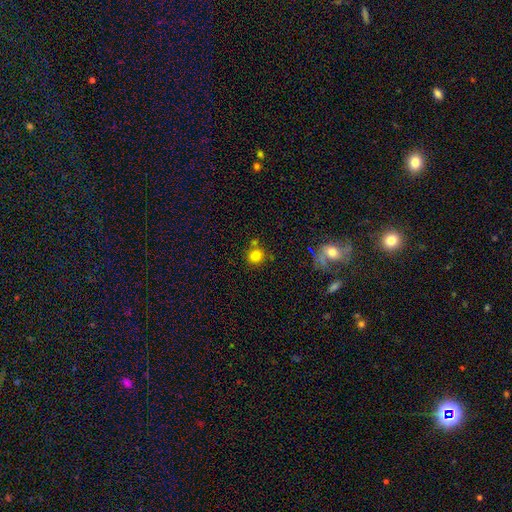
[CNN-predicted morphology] type=smooth (81%); roundness=round (90%); merging=none (72%).